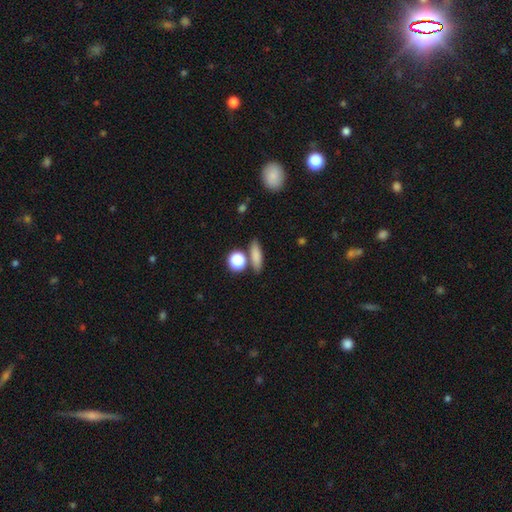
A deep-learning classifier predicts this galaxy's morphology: A smooth galaxy with no disk features (79%) that is cigar-shaped (51%). Merging: none (76%).